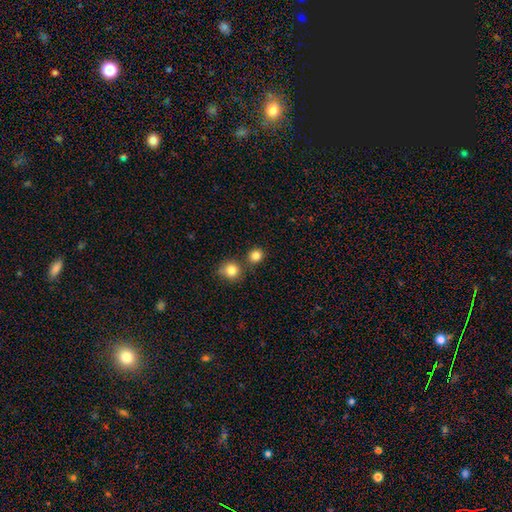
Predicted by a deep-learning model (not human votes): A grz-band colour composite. It shows a smooth galaxy with no disk features (84%) that is round (84%). Merging: none (73%).